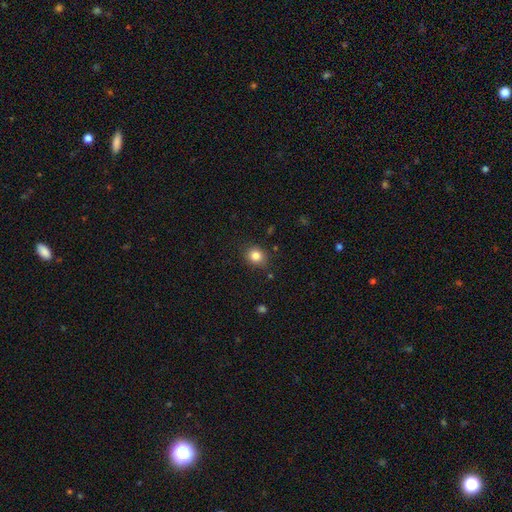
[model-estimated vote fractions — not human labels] Morphology: type=smooth (83%); roundness=round (68%); merging=none (84%).